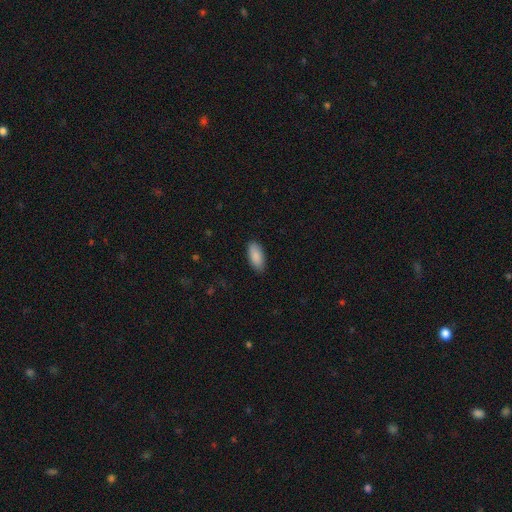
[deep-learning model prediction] Smooth or featured?
  - smooth: 90% *
  - star or artifact: 6%
  - featured or disk: 5%
How rounded?
  - in between: 89% *
  - cigar-shaped: 9%
  - round: 2%
Merging?
  - none: 88% *
  - minor disturbance: 9%
  - major disturbance: 2%
  - merger: 1%